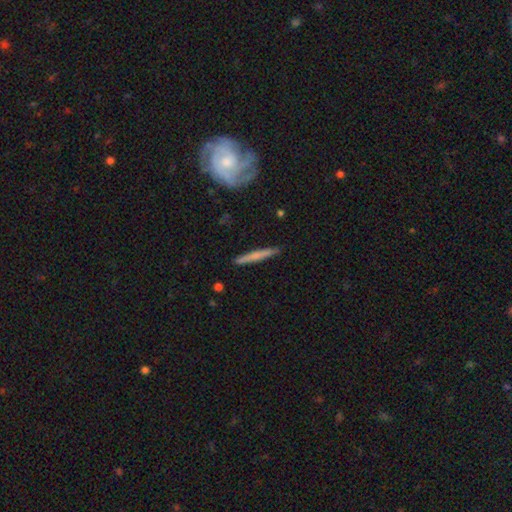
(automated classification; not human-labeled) Q: Smooth or featured?
A: smooth (58%); runner-up: featured or disk (37%)
Q: How rounded?
A: cigar-shaped (96%); runner-up: in between (3%)
Q: Merging?
A: none (89%); runner-up: minor disturbance (8%)